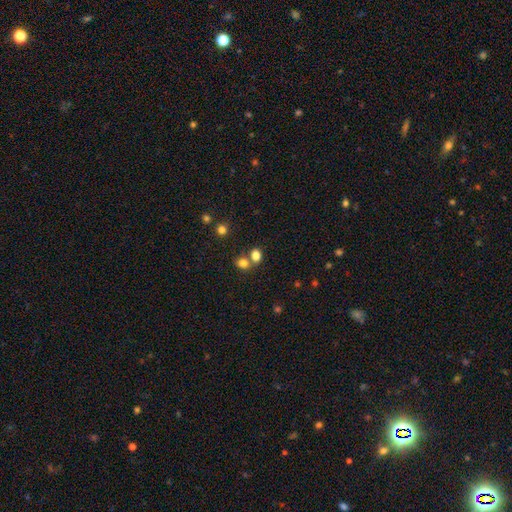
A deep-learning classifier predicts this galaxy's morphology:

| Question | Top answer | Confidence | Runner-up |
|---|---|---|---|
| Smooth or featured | smooth | 79% | star or artifact (13%) |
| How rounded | in between | 53% | round (46%) |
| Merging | none | 47% | merger (41%) |